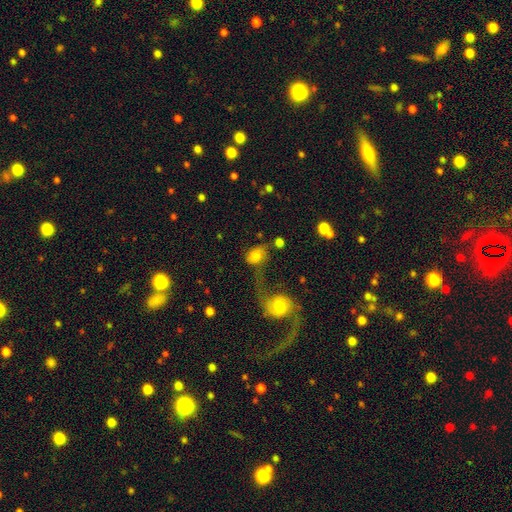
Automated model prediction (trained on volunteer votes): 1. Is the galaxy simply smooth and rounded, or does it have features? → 66% smooth, 23% featured or disk, 11% star or artifact.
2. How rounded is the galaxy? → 64% in between, 34% round, 2% cigar-shaped.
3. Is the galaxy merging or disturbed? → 36% merger, 28% none, 22% major disturbance, 14% minor disturbance.